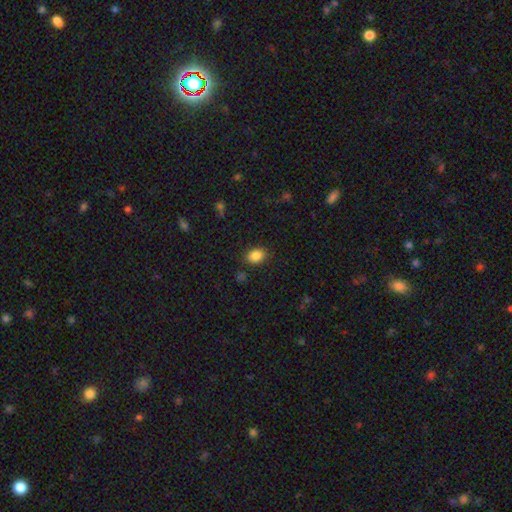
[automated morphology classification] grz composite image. It shows a smooth galaxy with no disk features (86%) that is in between round and cigar-shaped (68%). Merging: none (86%).